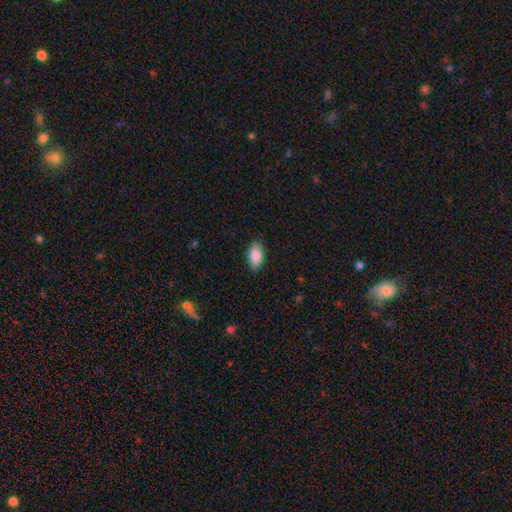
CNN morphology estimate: type=smooth (88%); roundness=in between (93%); merging=none (86%).